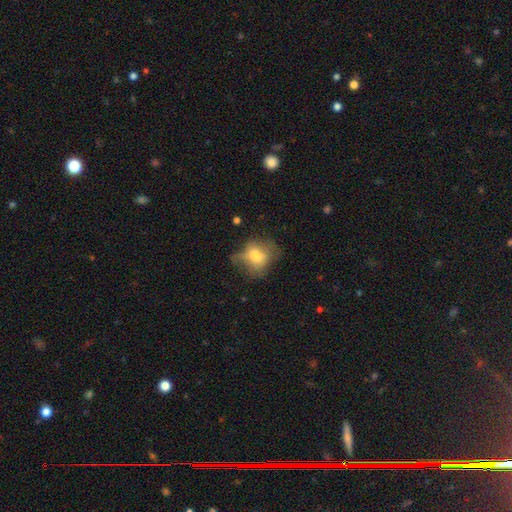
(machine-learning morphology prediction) smooth-or-featured: smooth: 62% | featured or disk: 27% | star or artifact: 11%
  how-rounded: in between: 49% (tied) | round: 49% (tied) | cigar-shaped: 2%
  merging: none: 45% | minor disturbance: 29% | major disturbance: 24% | merger: 3%